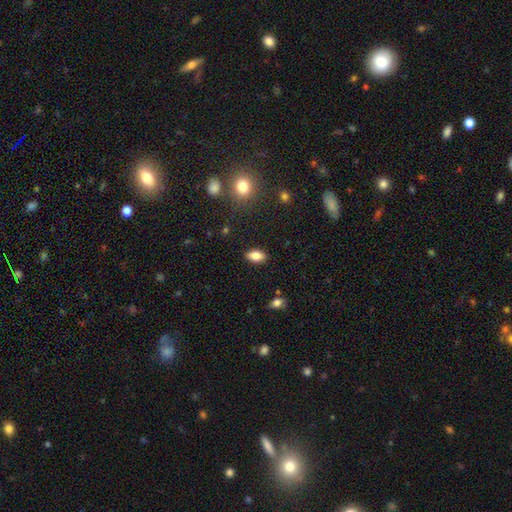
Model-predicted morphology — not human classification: Smooth or featured? smooth (83%)
How rounded? in between (90%)
Merging? none (88%)